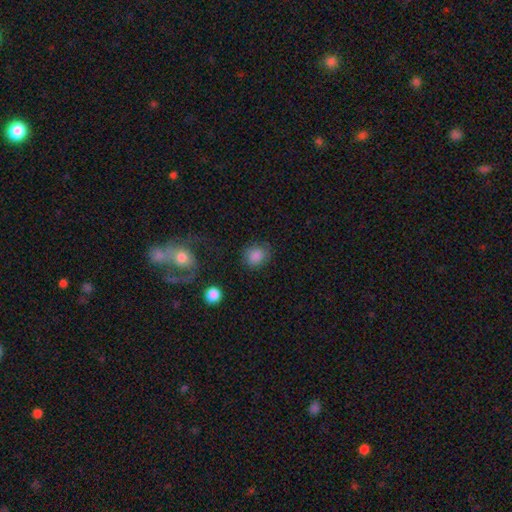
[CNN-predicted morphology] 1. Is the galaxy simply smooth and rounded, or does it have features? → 83% smooth, 9% star or artifact, 8% featured or disk.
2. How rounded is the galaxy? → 63% round, 36% in between, 1% cigar-shaped.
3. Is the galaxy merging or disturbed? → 69% none, 19% minor disturbance, 10% major disturbance, 3% merger.